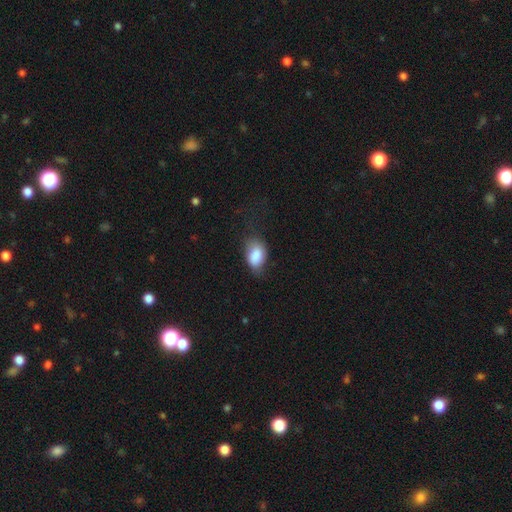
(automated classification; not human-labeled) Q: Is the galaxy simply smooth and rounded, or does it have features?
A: smooth — 84%.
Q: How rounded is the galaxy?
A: in between — 84%.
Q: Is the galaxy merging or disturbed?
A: none — 49%.